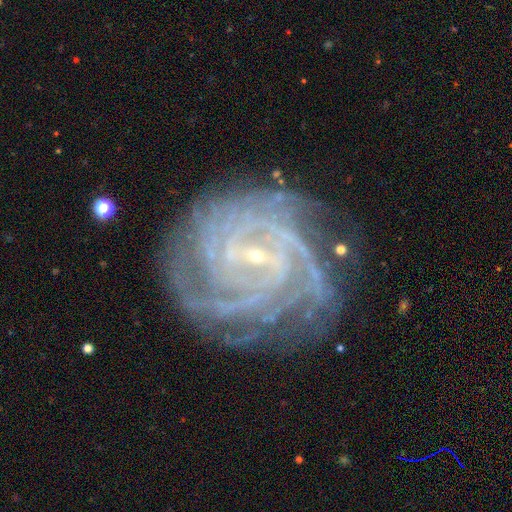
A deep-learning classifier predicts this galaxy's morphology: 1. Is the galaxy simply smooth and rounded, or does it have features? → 90% featured or disk, 6% star or artifact, 4% smooth.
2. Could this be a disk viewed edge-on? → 97% no, 3% yes.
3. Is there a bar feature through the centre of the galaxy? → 42% weak, 33% no, 25% strong.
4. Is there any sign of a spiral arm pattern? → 98% yes, 2% no.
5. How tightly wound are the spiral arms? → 81% tight, 17% medium, 2% loose.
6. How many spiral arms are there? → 30% 4, 22% more than 4, 17% can't tell, 14% 3, 10% 2, 8% 1.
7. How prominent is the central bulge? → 87% small, 9% moderate, 2% none, 1% large, 1% dominant.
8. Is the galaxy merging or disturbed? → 79% none, 15% minor disturbance, 5% major disturbance, 2% merger.